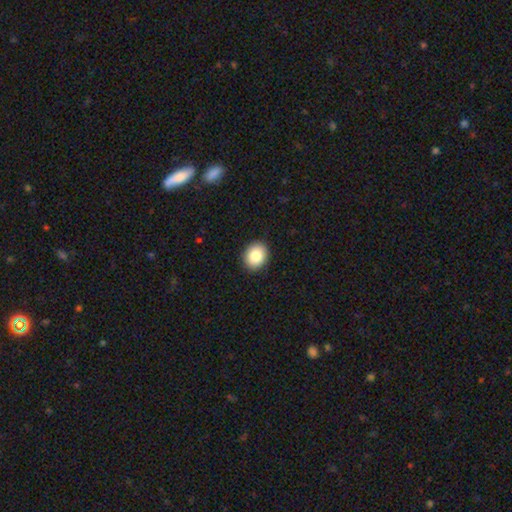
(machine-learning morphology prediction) A smooth galaxy with no disk features (85%) that is round (59%).

Vote fractions:
- Smooth or featured? smooth: 85% / star or artifact: 8% / featured or disk: 7%
- How rounded? round: 59% / in between: 40% / cigar-shaped: 1%
- Merging? none: 91% / minor disturbance: 6% / major disturbance: 2% / merger: 1%